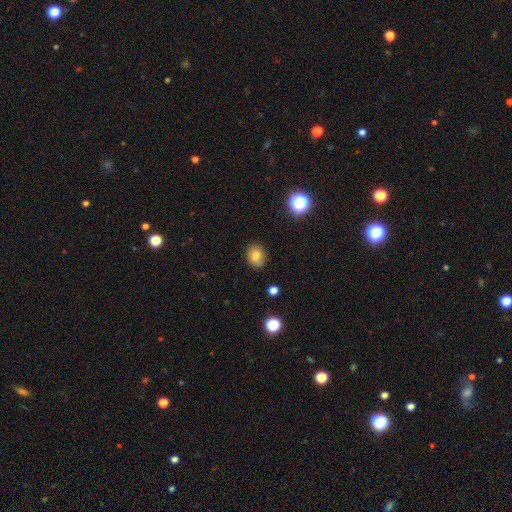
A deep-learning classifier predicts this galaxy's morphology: This is likely a smooth galaxy (79%). How rounded: possibly round (56%). Merging: clearly none (85%).